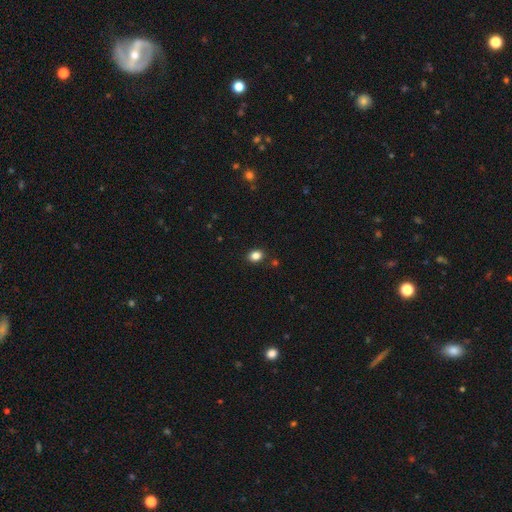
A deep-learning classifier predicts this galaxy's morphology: smooth-or-featured: smooth: 84% | star or artifact: 11% | featured or disk: 4%
  how-rounded: in between: 58% | round: 41% | cigar-shaped: 1%
  merging: none: 87% | minor disturbance: 8% | merger: 2% | major disturbance: 2%